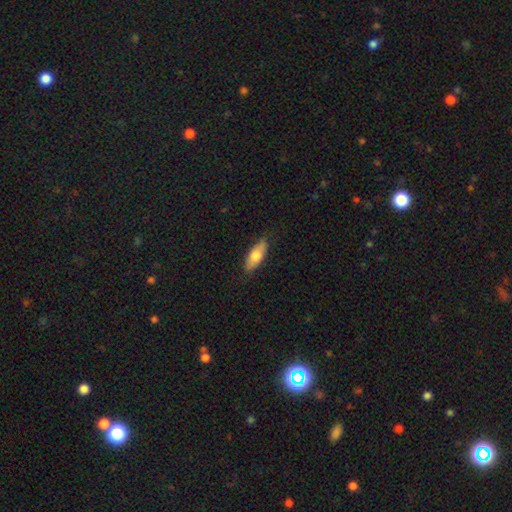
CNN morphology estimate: smooth_or_featured: smooth (p=0.71) [alt: featured or disk p=0.23]
how_rounded: in between (p=0.72) [alt: cigar-shaped p=0.25]
merging: none (p=0.82) [alt: minor disturbance p=0.14]